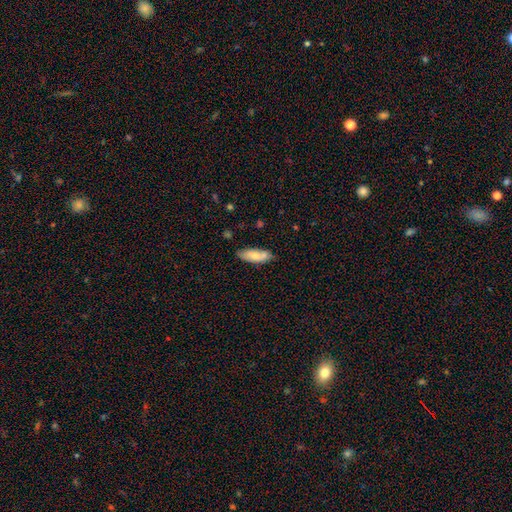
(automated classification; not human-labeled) Morphology: type=smooth (73%); roundness=in between (74%); merging=none (74%).